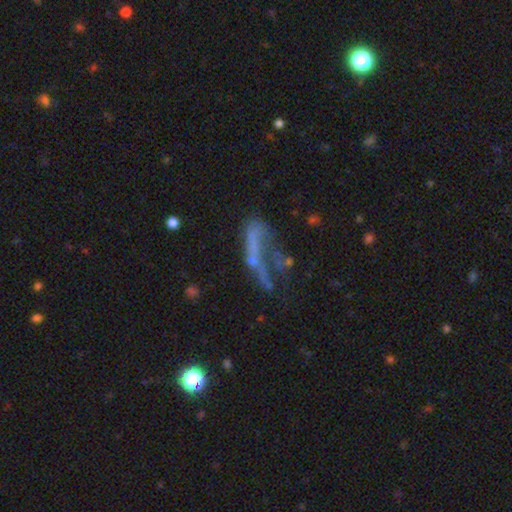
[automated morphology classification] Smooth or featured? Predicted: featured or disk (p=0.44). Merging? Predicted: major disturbance (p=0.37).